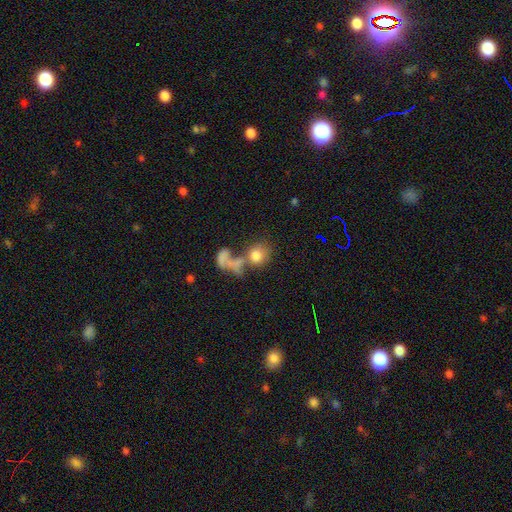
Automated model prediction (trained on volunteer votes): smooth_or_featured: smooth (p=0.72) [alt: featured or disk p=0.17]
how_rounded: round (p=0.63) [alt: in between p=0.34]
merging: merger (p=0.44) [alt: none p=0.29]